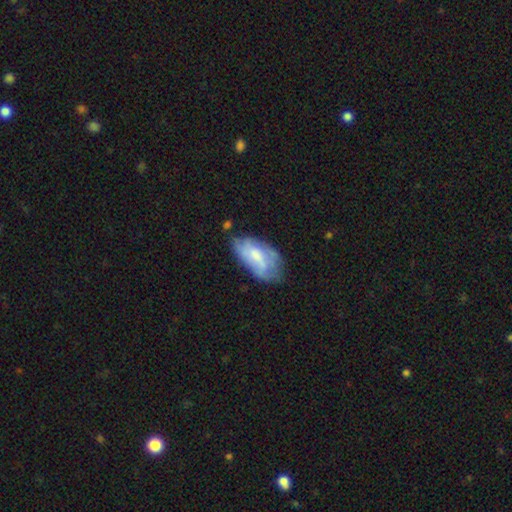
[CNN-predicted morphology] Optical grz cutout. It shows a smooth galaxy with no disk features (50%) that is in between round and cigar-shaped (92%). Merging: none (45%).